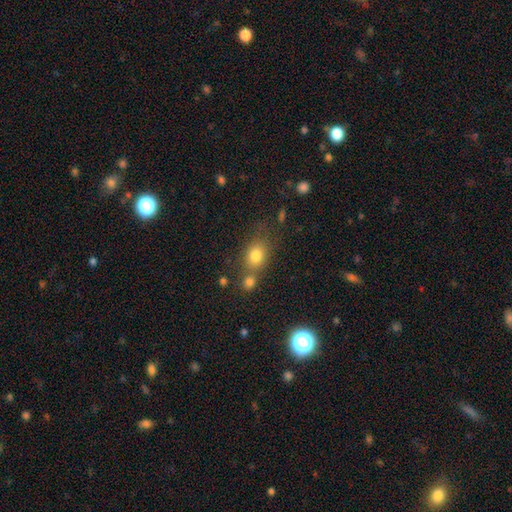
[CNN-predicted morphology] The model was most divided on "how rounded": in between: 56%, round: 43%, cigar-shaped: 2%. More confident: smooth or featured — smooth (78%); merging — none (54%).